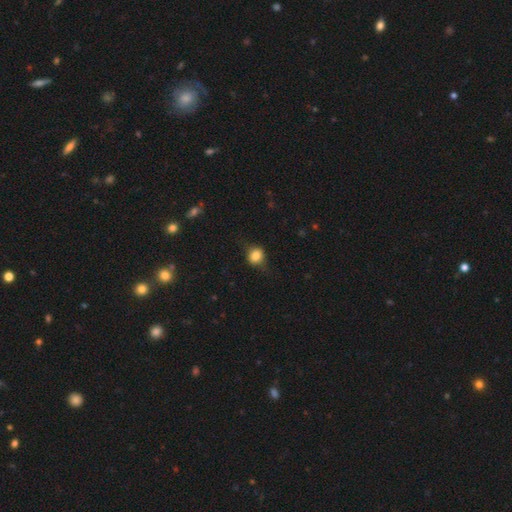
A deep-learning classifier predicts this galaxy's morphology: This is likely a smooth galaxy (79%). How rounded: likely round (71%). Merging: likely none (70%).